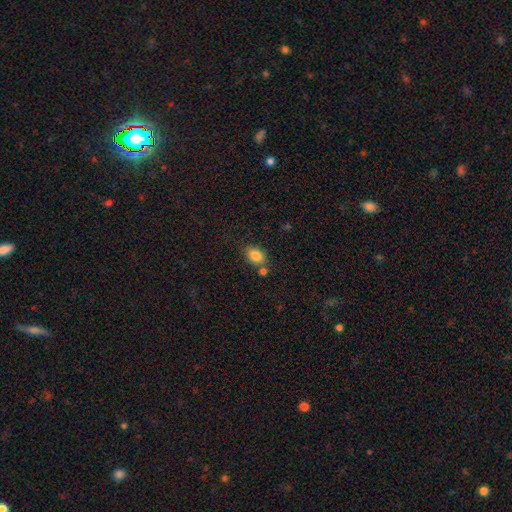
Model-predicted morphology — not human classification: smooth 84%, star or artifact 9%, featured or disk 7%. Down the decision tree: how rounded — in between (70%); merging — none (69%).